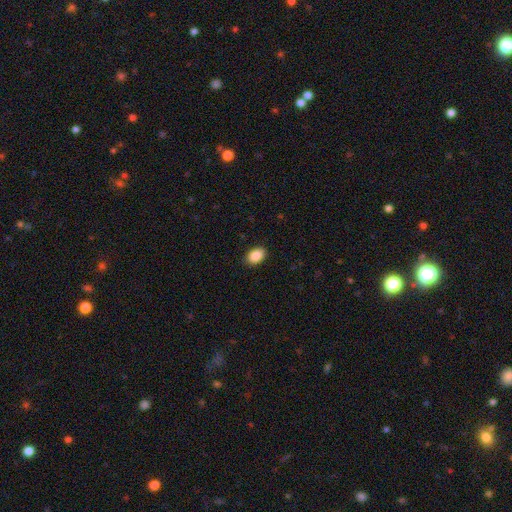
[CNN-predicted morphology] Smooth or featured: smooth — 89% (star or artifact — 8%)
How rounded: in between — 86% (round — 13%)
Merging: none — 88% (minor disturbance — 9%)